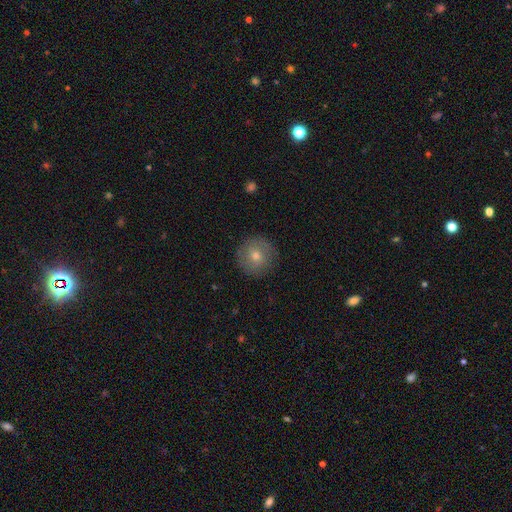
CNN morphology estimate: A smooth galaxy with no disk features (61%) that is round (95%). Merging: none (89%).